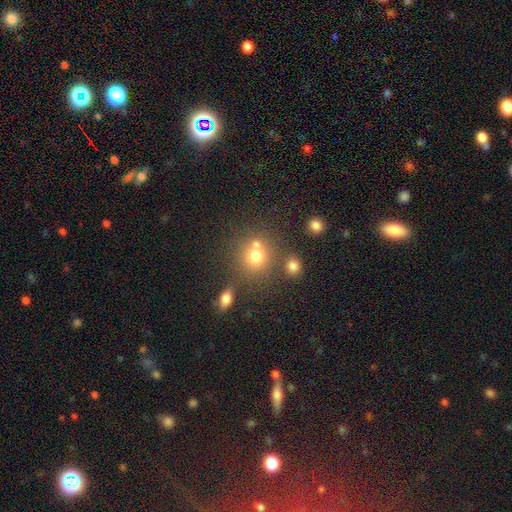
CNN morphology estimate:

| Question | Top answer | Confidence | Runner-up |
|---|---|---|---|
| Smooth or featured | smooth | 73% | star or artifact (16%) |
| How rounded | round | 83% | in between (15%) |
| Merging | none | 59% | merger (25%) |